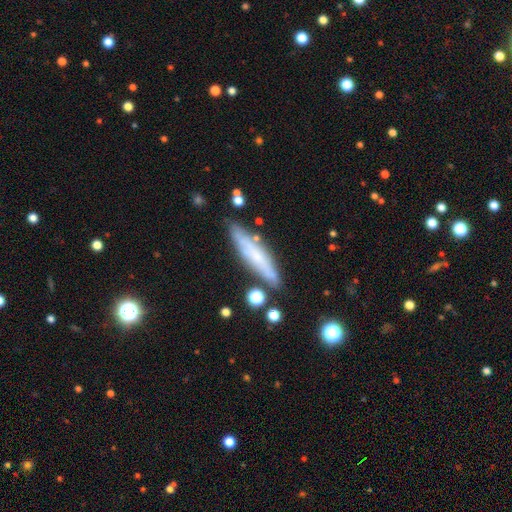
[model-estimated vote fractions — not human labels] This is possibly a smooth galaxy (49%). Merging: likely none (79%).